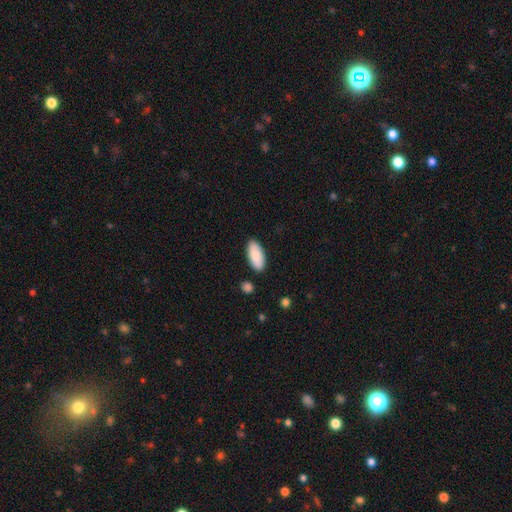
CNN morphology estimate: Q: Smooth or featured?
A: smooth (89%); runner-up: featured or disk (6%)
Q: How rounded?
A: in between (88%); runner-up: cigar-shaped (10%)
Q: Merging?
A: none (87%); runner-up: minor disturbance (9%)